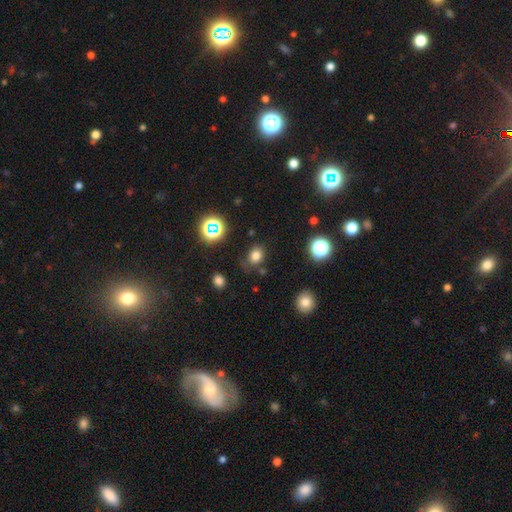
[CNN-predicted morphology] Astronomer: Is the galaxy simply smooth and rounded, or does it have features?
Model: smooth — 75%.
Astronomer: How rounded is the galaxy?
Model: in between — 53% (runner-up: round, 46%).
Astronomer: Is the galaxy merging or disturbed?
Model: none — 73%.